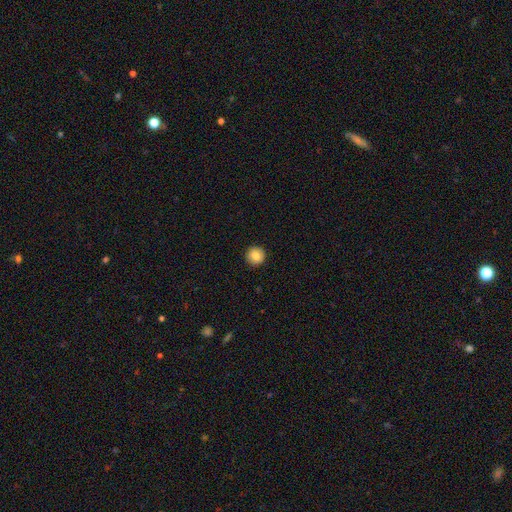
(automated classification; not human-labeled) The model was most divided on "smooth or featured": smooth: 84%, star or artifact: 9%, featured or disk: 8%. More confident: how rounded — round (96%); merging — none (93%).